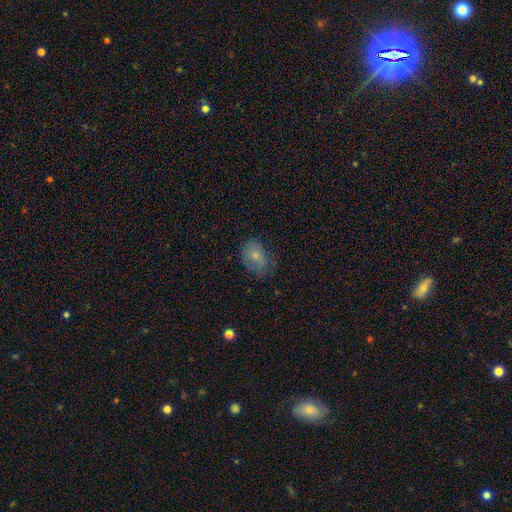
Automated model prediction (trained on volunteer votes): This appears to be a smooth galaxy with no disk features (74%) that is in between round and cigar-shaped (79%). Merging: none (60%).